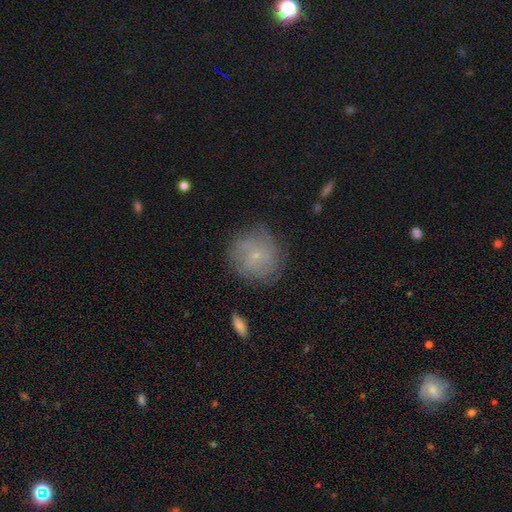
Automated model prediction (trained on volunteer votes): smooth 54%, featured or disk 35%, star or artifact 11%. Down the decision tree: how rounded — round (89%); merging — none (73%).